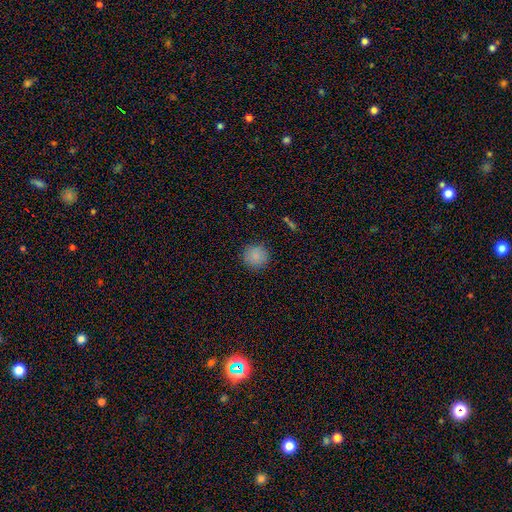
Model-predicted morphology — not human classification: Smooth or featured: smooth — 86% (star or artifact — 9%)
How rounded: round — 94% (in between — 5%)
Merging: none — 89% (minor disturbance — 7%)